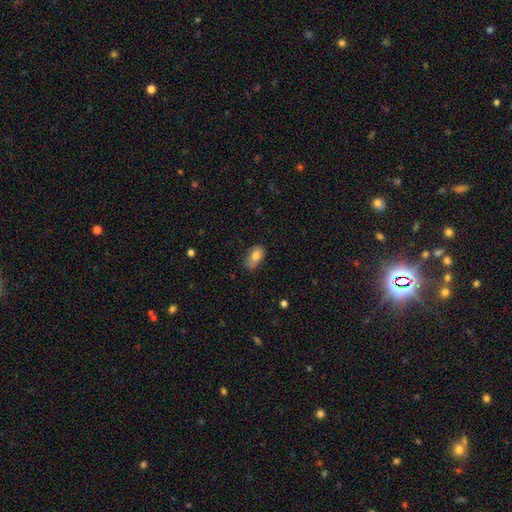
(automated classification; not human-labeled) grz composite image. It shows a smooth galaxy with no disk features (79%) that is in between round and cigar-shaped (89%). Merging: none (57%).